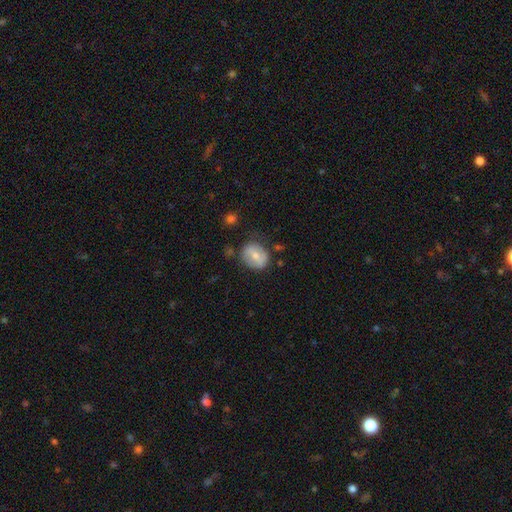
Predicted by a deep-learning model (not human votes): A smooth galaxy with no disk features (59%) that is round (58%). Merging: none (69%).